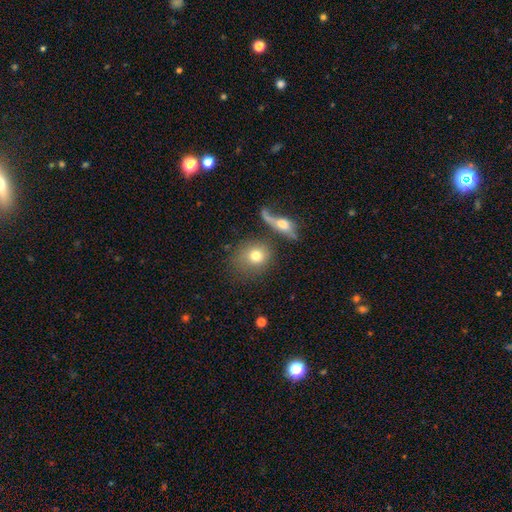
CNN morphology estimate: Smooth or featured: smooth — 73% (featured or disk — 17%)
How rounded: round — 73% (in between — 24%)
Merging: none — 55% (merger — 22%)